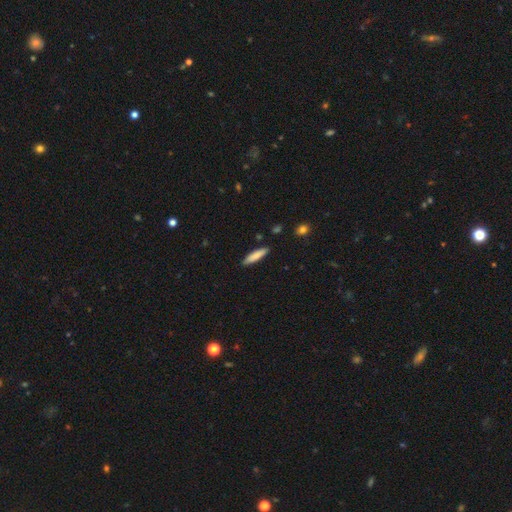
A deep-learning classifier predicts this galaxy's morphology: Smooth or featured? Predicted: smooth (p=0.82). How rounded? Predicted: cigar-shaped (p=0.80). Merging? Predicted: none (p=0.89).